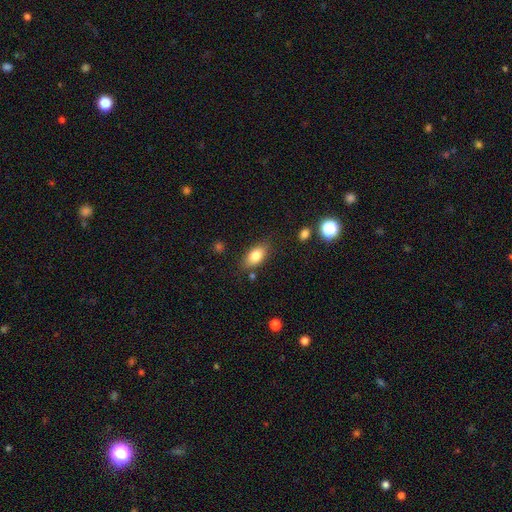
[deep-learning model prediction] The model was most divided on "merging": none: 79%, minor disturbance: 14%, major disturbance: 3%, merger: 3%. More confident: how rounded — in between (89%); smooth or featured — smooth (81%).